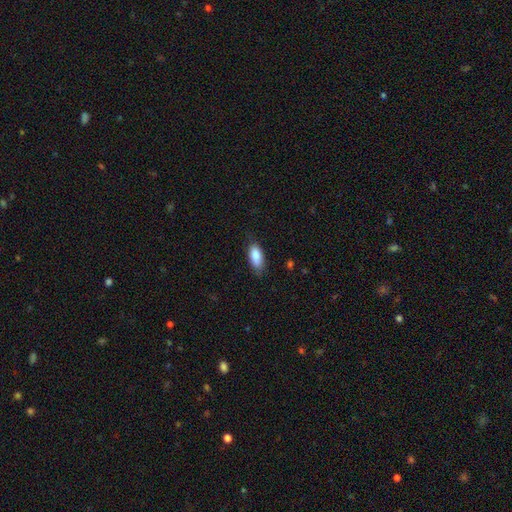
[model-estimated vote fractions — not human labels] This appears to be a smooth galaxy with no disk features (88%) that is in between round and cigar-shaped (85%). Merging: none (76%).